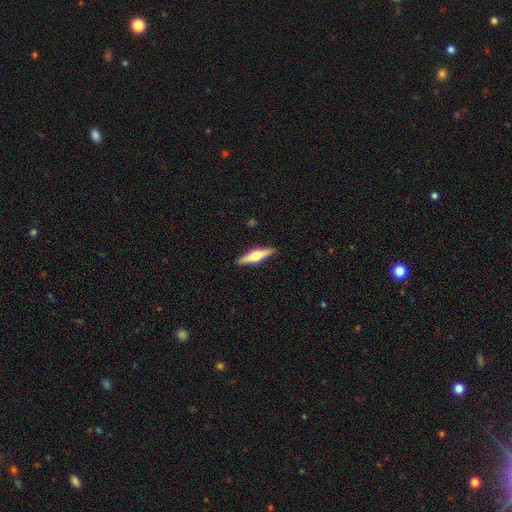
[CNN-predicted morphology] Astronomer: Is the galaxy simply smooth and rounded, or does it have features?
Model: featured or disk — 65%.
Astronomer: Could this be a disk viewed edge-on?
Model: yes — 97%.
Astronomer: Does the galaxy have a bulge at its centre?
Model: rounded — 94%.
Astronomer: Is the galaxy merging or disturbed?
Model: none — 91%.